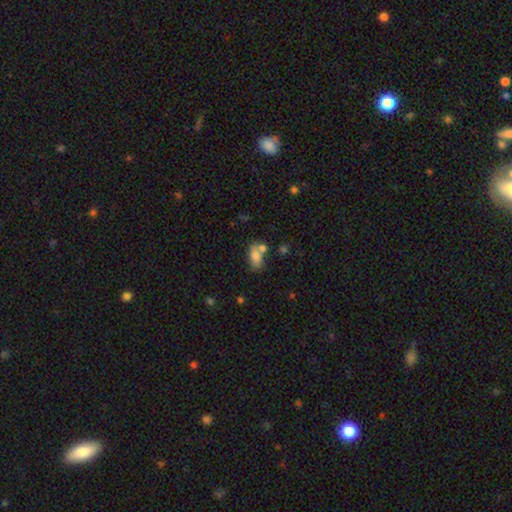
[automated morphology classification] The model was most divided on "merging": none: 50%, merger: 29%, minor disturbance: 15%, major disturbance: 5%. More confident: how rounded — in between (86%); smooth or featured — smooth (74%).